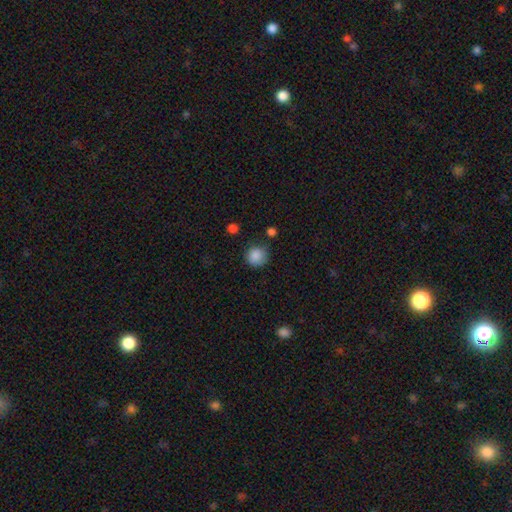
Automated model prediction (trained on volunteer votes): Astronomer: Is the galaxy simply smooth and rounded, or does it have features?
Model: smooth — 87%.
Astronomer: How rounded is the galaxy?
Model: round — 90%.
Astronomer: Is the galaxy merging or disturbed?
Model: none — 75%.